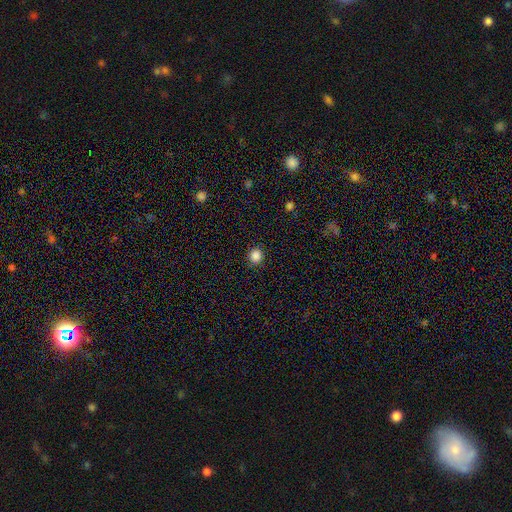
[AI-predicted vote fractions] Smooth or featured? Predicted: smooth (p=0.86). How rounded? Predicted: round (p=0.90). Merging? Predicted: none (p=0.91).